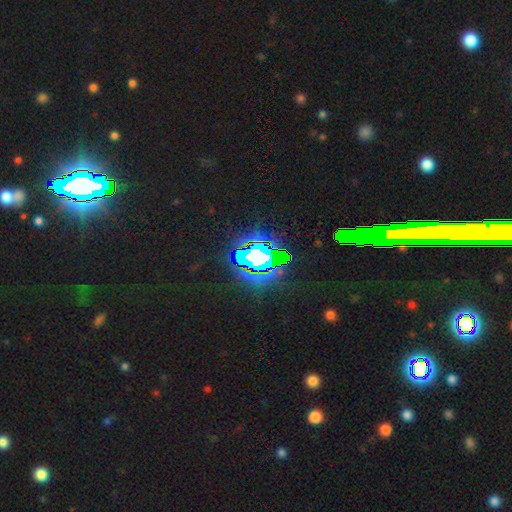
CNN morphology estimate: This appears to be a star or artifact, not a galaxy (68%).